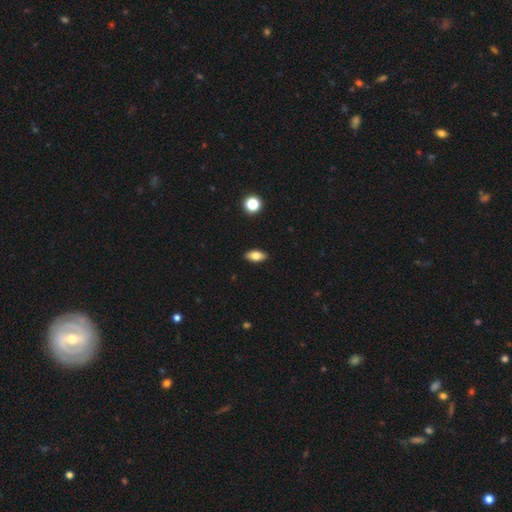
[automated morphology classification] smooth_or_featured: smooth (p=0.78) [alt: featured or disk p=0.14]
how_rounded: in between (p=0.88) [alt: cigar-shaped p=0.08]
merging: none (p=0.90) [alt: minor disturbance p=0.07]